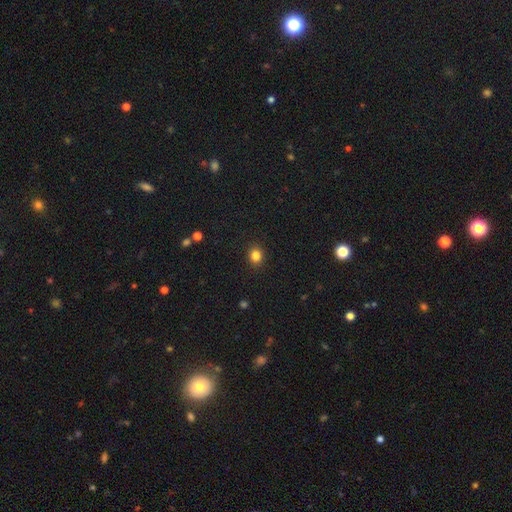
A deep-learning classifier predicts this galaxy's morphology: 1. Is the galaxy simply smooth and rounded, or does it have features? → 84% smooth, 12% star or artifact, 4% featured or disk.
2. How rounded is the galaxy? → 71% round, 28% in between, 1% cigar-shaped.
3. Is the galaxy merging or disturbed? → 91% none, 6% minor disturbance, 2% major disturbance, 1% merger.